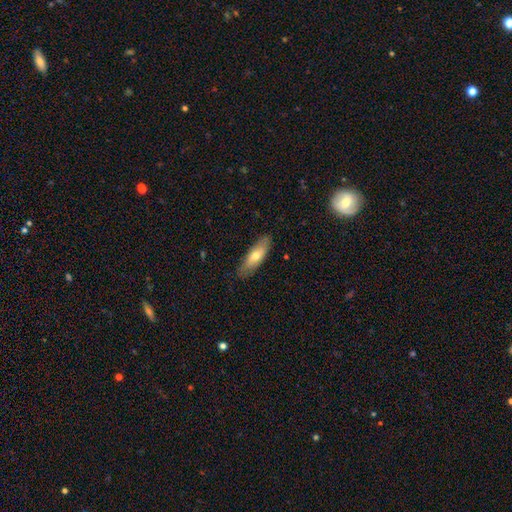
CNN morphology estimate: This appears to be a smooth galaxy with no disk features (64%) that is in between round and cigar-shaped (57%). Merging: none (84%).